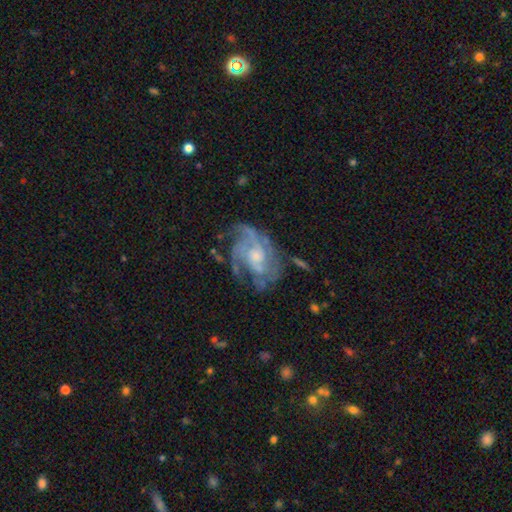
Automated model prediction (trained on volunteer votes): smooth-or-featured: featured or disk: 82% | smooth: 10% | star or artifact: 8%
  disk-edge-on: no: 97% | yes: 3%
    bar: no: 68% | weak: 27% | strong: 5%
    has-spiral-arms: yes: 91% | no: 9%
      spiral-winding: tight: 44% | medium: 42% | loose: 14%
      spiral-arm-count: can't tell: 33% | 3: 24% | 4: 17% | 2: 13% | more than 4: 7% | 1: 6%
    bulge-size: moderate: 55% | small: 33% | large: 6% | none: 4% | dominant: 1%
  merging: none: 62% | minor disturbance: 21% | major disturbance: 15% | merger: 2%